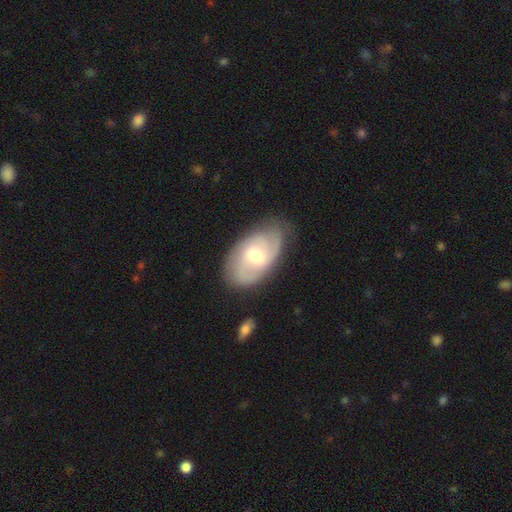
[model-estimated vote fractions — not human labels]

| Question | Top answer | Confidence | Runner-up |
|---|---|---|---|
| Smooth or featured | featured or disk | 61% | smooth (33%) |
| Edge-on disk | no | 94% | yes (6%) |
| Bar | weak | 53% | no (35%) |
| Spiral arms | yes | 80% | no (20%) |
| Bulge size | moderate | 67% | small (22%) |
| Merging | none | 69% | minor disturbance (22%) |